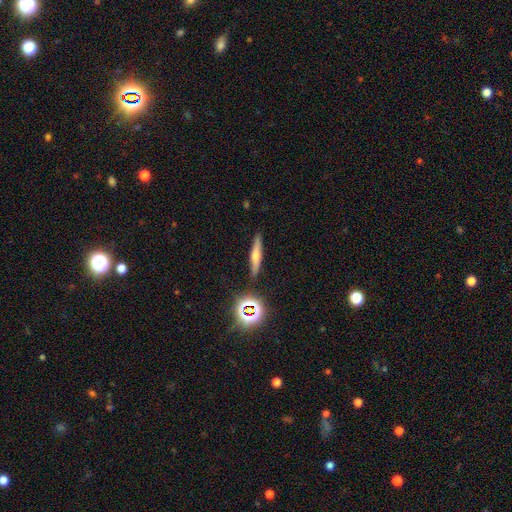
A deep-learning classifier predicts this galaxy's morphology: Overall: smooth (45%; featured or disk 40%). Merging: none (88%).